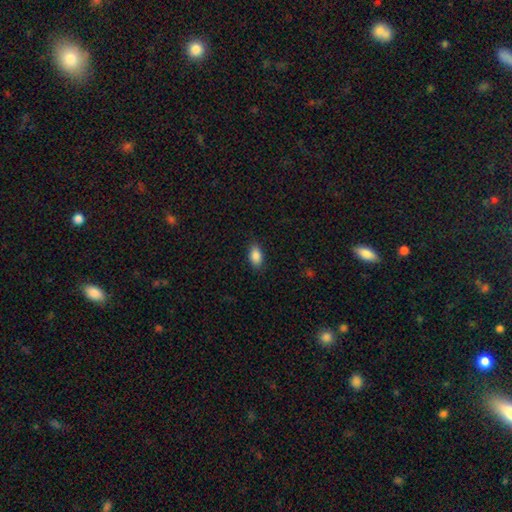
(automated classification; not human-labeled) This is clearly a smooth galaxy (88%). How rounded: clearly in between (90%). Merging: clearly none (86%).